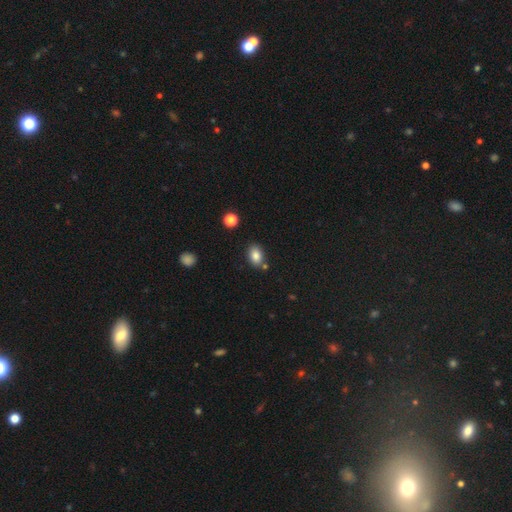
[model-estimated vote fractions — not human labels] Q: Smooth or featured?
A: smooth (84%); runner-up: star or artifact (9%)
Q: How rounded?
A: in between (80%); runner-up: round (18%)
Q: Merging?
A: none (78%); runner-up: minor disturbance (12%)